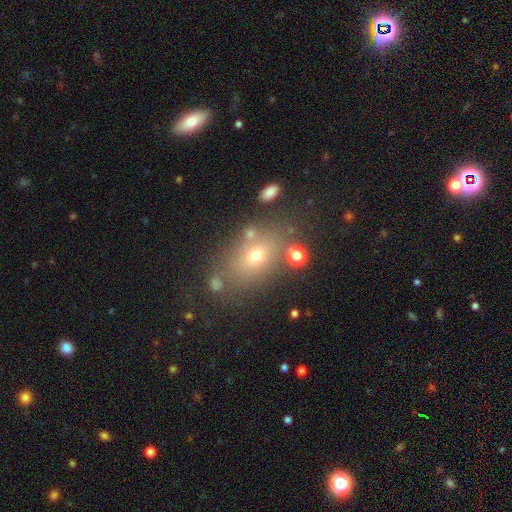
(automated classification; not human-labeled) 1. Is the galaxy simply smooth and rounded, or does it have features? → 64% smooth, 19% featured or disk, 17% star or artifact.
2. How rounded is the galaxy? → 71% in between, 27% round, 2% cigar-shaped.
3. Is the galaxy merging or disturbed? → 71% none, 14% minor disturbance, 9% merger, 7% major disturbance.